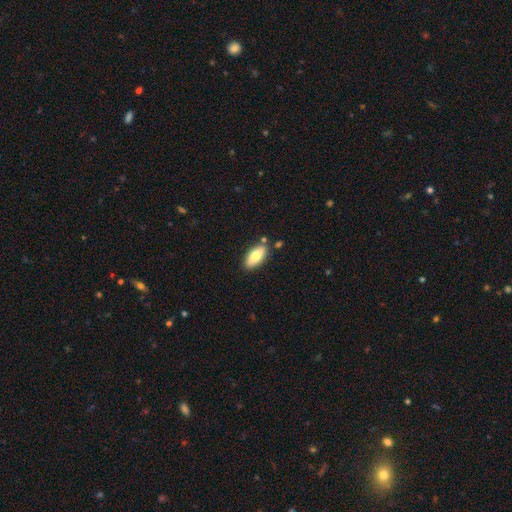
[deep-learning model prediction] The model was most divided on "smooth or featured": smooth: 75%, featured or disk: 19%, star or artifact: 6%. More confident: how rounded — in between (84%); merging — none (83%).